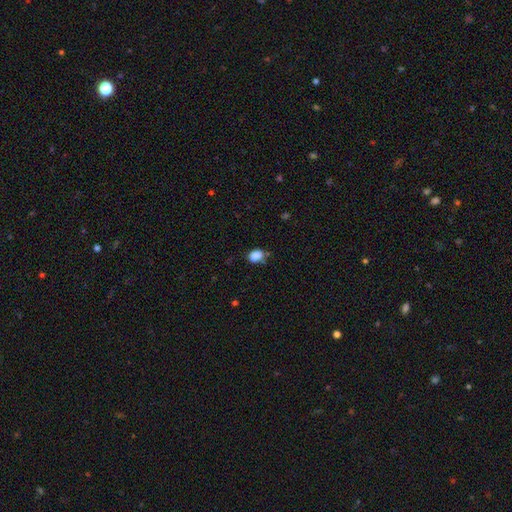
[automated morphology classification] A smooth galaxy with no disk features (85%) that is in between round and cigar-shaped (71%).

Vote fractions:
- Smooth or featured? smooth: 85% / star or artifact: 10% / featured or disk: 4%
- How rounded? in between: 71% / round: 28% / cigar-shaped: 1%
- Merging? none: 65% / minor disturbance: 23% / merger: 7% / major disturbance: 5%